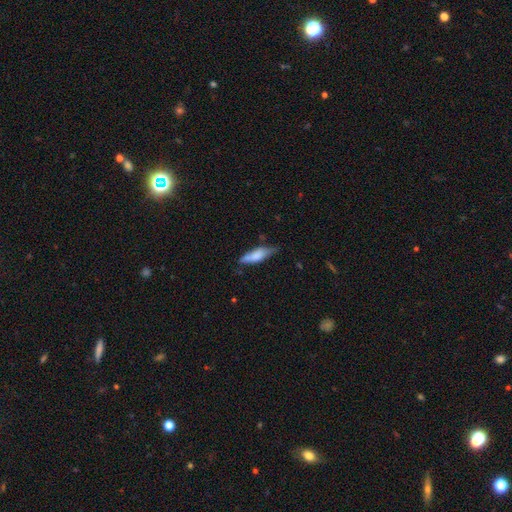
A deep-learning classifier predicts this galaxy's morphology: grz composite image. It shows a smooth galaxy with no disk features (66%) that is cigar-shaped (55%). Merging: none (62%).